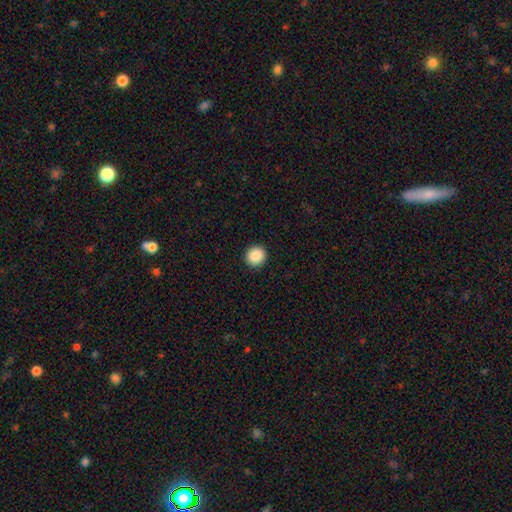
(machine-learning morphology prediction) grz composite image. It shows a smooth galaxy with no disk features (88%) that is round (93%). Merging: none (93%).